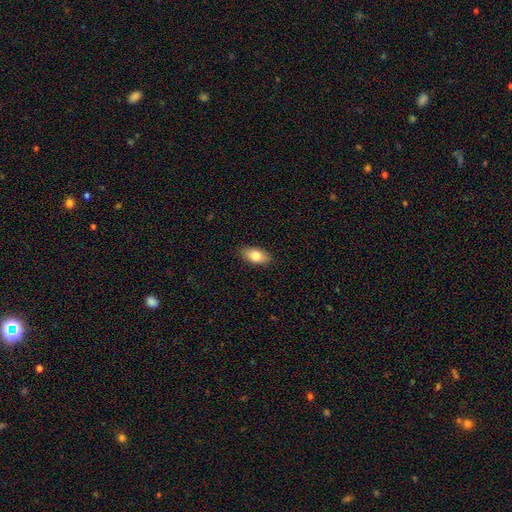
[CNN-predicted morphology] smooth_or_featured: smooth (p=0.80) [alt: featured or disk p=0.13]
how_rounded: in between (p=0.91) [alt: cigar-shaped p=0.05]
merging: none (p=0.89) [alt: minor disturbance p=0.08]